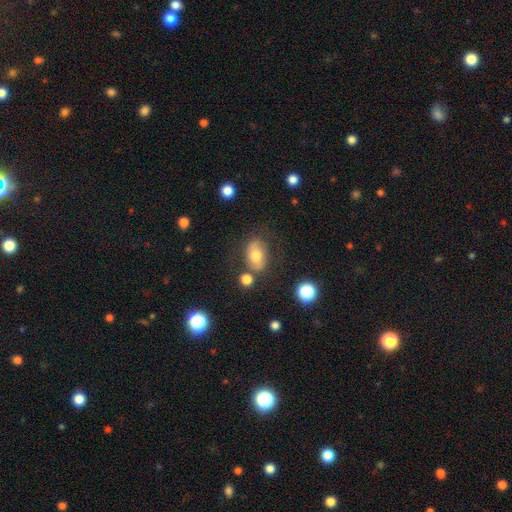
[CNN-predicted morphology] Overall: smooth (64%; featured or disk 25%). How rounded: in between (79%). Merging: none (68%).